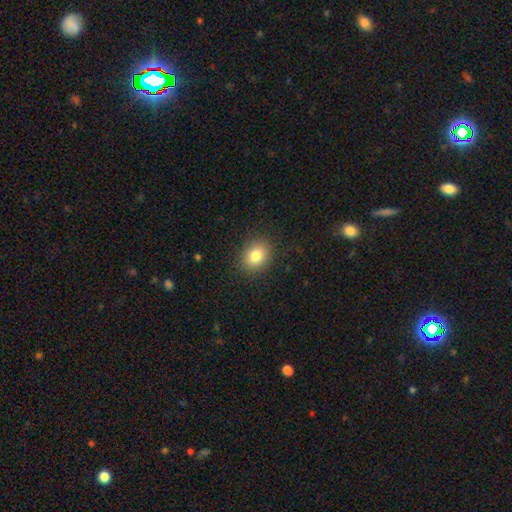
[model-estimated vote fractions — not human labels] The model was most divided on "how rounded": round: 53%, in between: 46%, cigar-shaped: 1%. More confident: merging — none (88%); smooth or featured — smooth (82%).